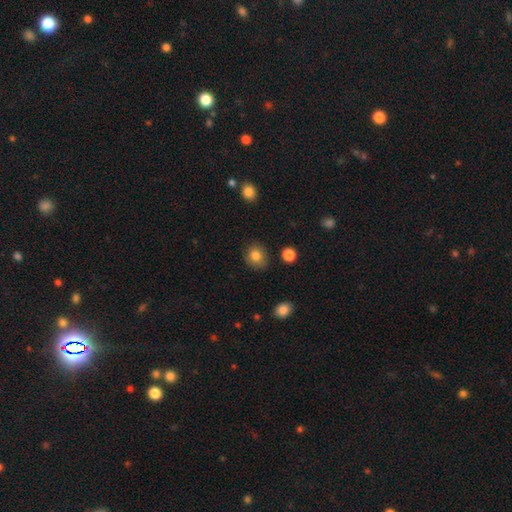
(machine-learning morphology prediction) This is clearly a smooth galaxy (82%). How rounded: likely round (68%). Merging: clearly none (84%).